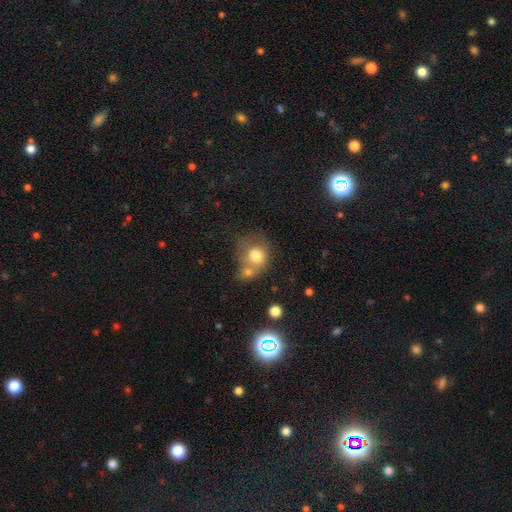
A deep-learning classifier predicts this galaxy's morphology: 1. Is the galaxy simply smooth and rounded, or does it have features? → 74% smooth, 16% featured or disk, 9% star or artifact.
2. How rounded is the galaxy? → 68% round, 31% in between, 1% cigar-shaped.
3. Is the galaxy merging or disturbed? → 43% merger, 31% none, 15% minor disturbance, 10% major disturbance.